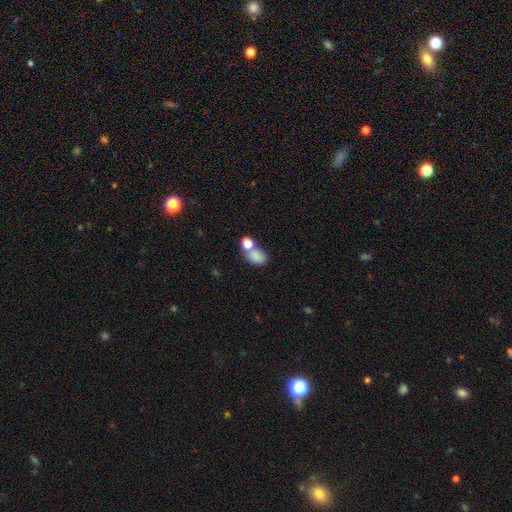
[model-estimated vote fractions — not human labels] Smooth or featured? Predicted: smooth (p=0.81). How rounded? Predicted: in between (p=0.74). Merging? Predicted: merger (p=0.45).